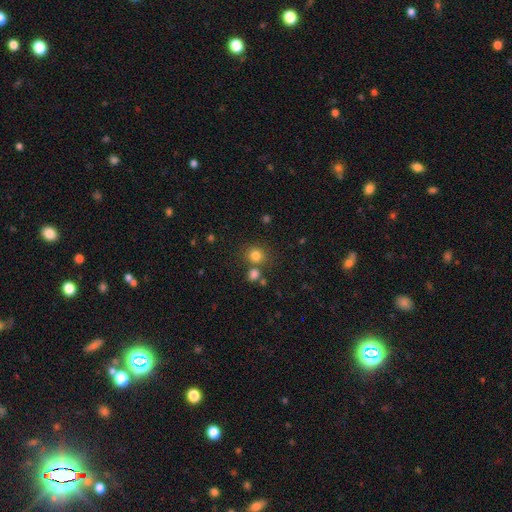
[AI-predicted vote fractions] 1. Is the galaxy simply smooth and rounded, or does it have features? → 79% smooth, 14% star or artifact, 7% featured or disk.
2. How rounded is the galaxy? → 83% round, 16% in between, 1% cigar-shaped.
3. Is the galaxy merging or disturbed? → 69% none, 18% merger, 9% minor disturbance, 4% major disturbance.